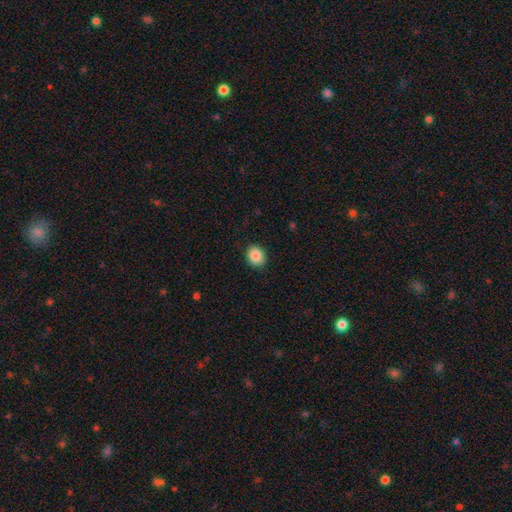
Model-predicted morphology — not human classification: smooth-or-featured: smooth: 87% | star or artifact: 9% | featured or disk: 4%
  how-rounded: round: 65% | in between: 34% | cigar-shaped: 1%
  merging: none: 90% | minor disturbance: 7% | major disturbance: 2% | merger: 1%